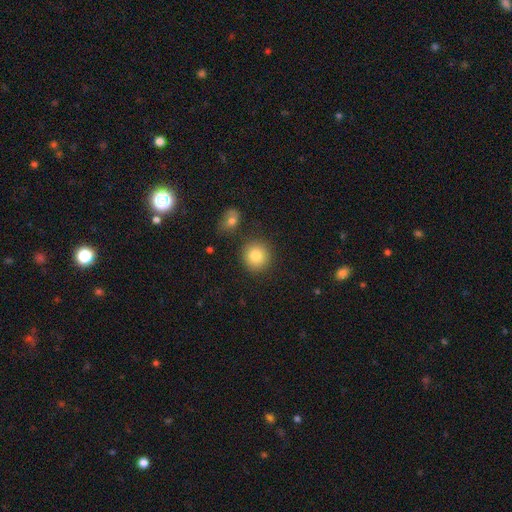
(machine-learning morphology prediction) This appears to be a smooth galaxy with no disk features (84%) that is round (91%). Merging: none (84%).